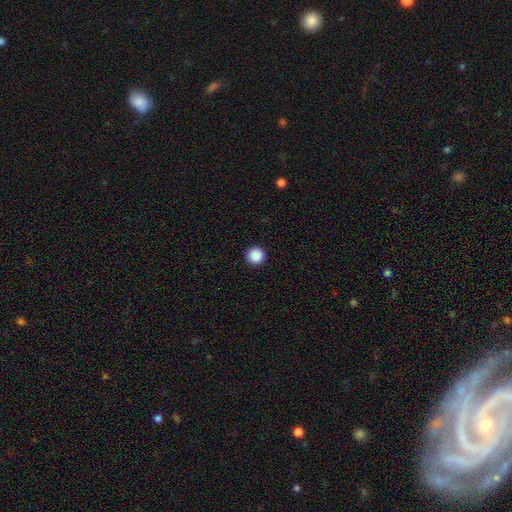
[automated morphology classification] Smooth or featured? Predicted: smooth (p=0.89). How rounded? Predicted: round (p=0.97). Merging? Predicted: none (p=0.94).